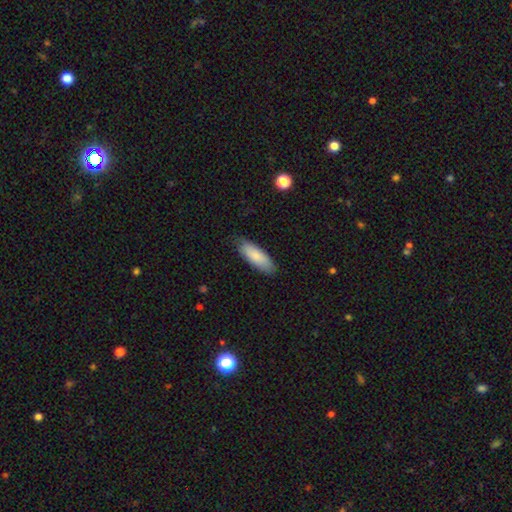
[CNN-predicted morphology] smooth_or_featured: smooth (p=0.83) [alt: featured or disk p=0.11]
how_rounded: in between (p=0.65) [alt: cigar-shaped p=0.34]
merging: none (p=0.80) [alt: minor disturbance p=0.16]